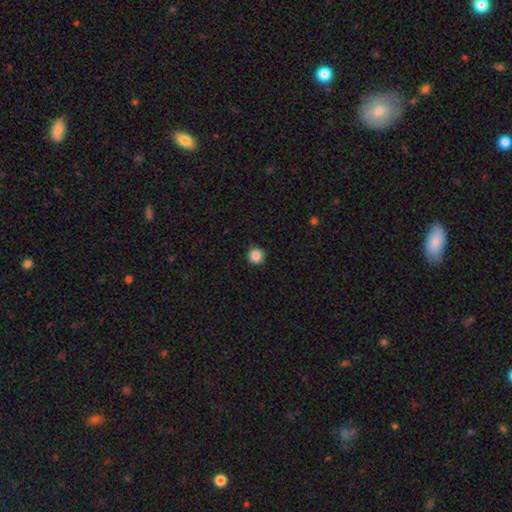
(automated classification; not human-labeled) A smooth galaxy with no disk features (86%) that is round (93%). Merging: none (90%).